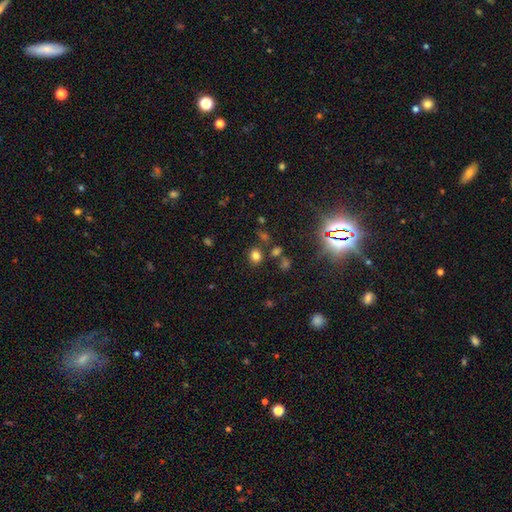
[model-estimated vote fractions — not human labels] Smooth or featured: smooth — 75% (star or artifact — 19%)
How rounded: round — 69% (in between — 30%)
Merging: none — 80% (minor disturbance — 9%)